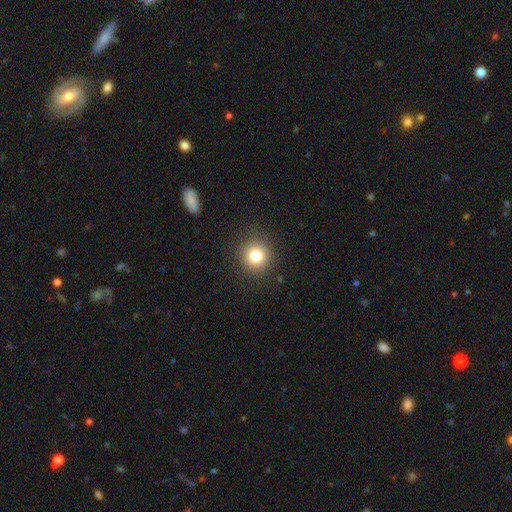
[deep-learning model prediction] smooth 80%, star or artifact 13%, featured or disk 8%. Down the decision tree: how rounded — round (93%); merging — none (90%).